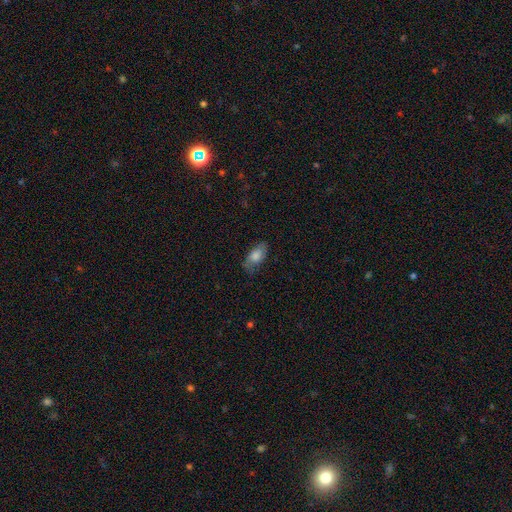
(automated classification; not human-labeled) Smooth or featured: smooth — 72% (featured or disk — 20%)
How rounded: in between — 89% (cigar-shaped — 6%)
Merging: none — 68% (minor disturbance — 23%)